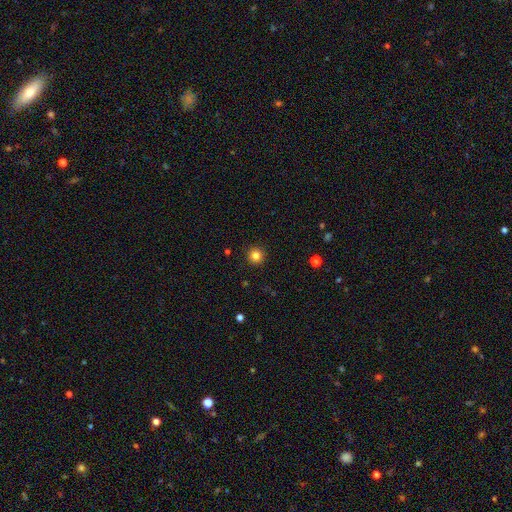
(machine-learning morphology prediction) This is clearly a smooth galaxy (83%). How rounded: clearly round (95%). Merging: clearly none (93%).